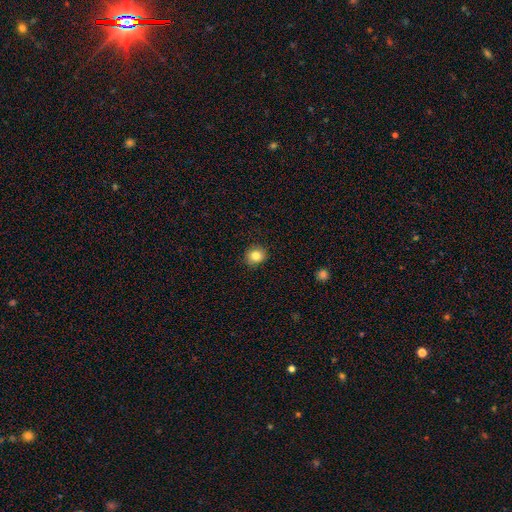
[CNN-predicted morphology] Smooth or featured? Predicted: smooth (p=0.83). How rounded? Predicted: round (p=0.82). Merging? Predicted: none (p=0.90).